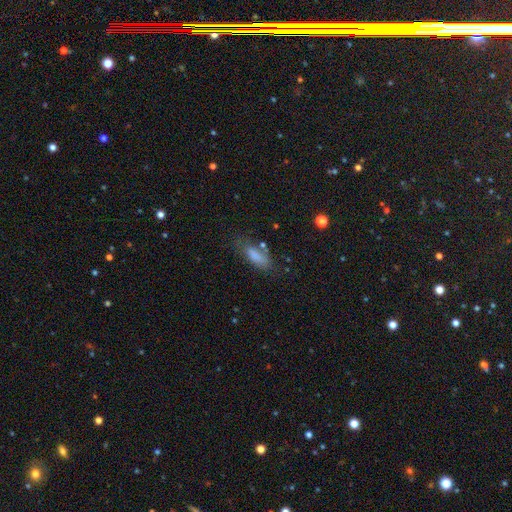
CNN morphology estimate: smooth 81%, featured or disk 11%, star or artifact 9%. Down the decision tree: how rounded — in between (73%); merging — none (62%).